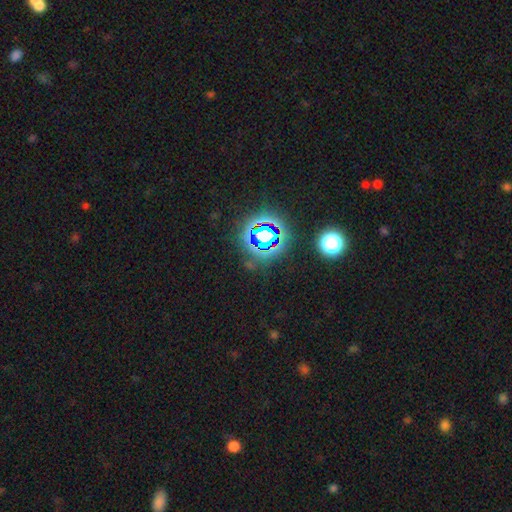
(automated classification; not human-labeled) Q: Smooth or featured?
A: star or artifact (82%); runner-up: smooth (12%)